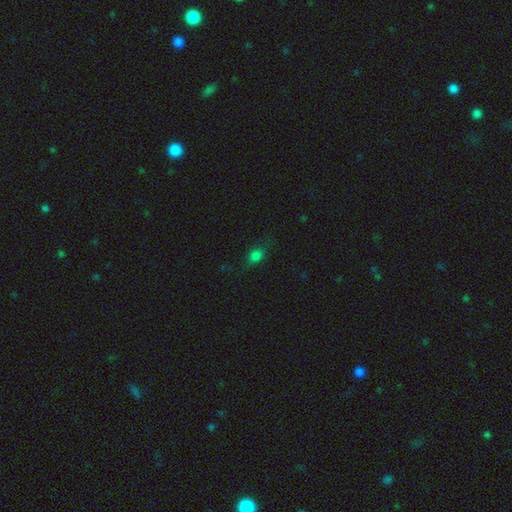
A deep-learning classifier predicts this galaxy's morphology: Overall: smooth (70%). How rounded: in between (66%; round 26%). Merging: none (64%; minor disturbance 24%).